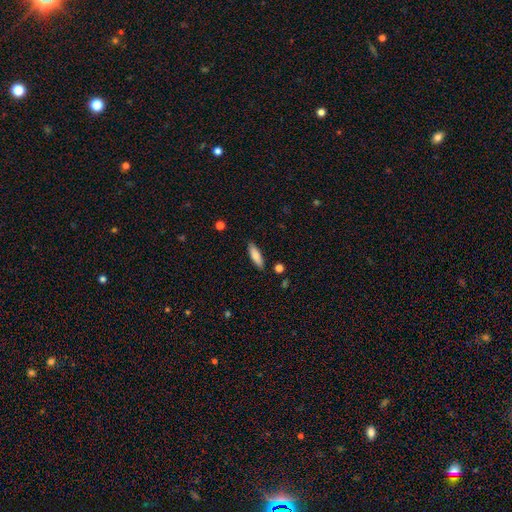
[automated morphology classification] Smooth or featured? Predicted: smooth (p=0.79). How rounded? Predicted: cigar-shaped (p=0.52). Merging? Predicted: none (p=0.87).